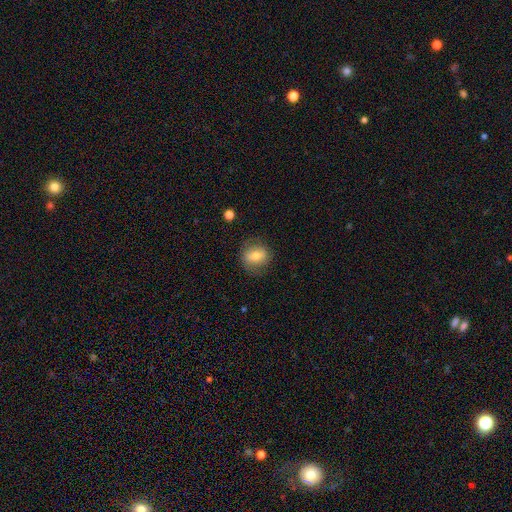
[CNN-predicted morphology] A smooth galaxy with no disk features (68%) that is round (67%).

Vote fractions:
- Smooth or featured? smooth: 68% / featured or disk: 23% / star or artifact: 9%
- How rounded? round: 67% / in between: 32% / cigar-shaped: 1%
- Merging? none: 78% / minor disturbance: 15% / major disturbance: 6% / merger: 1%